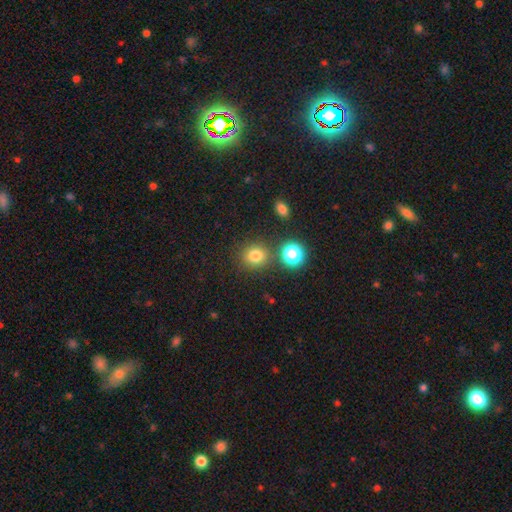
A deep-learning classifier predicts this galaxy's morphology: smooth-or-featured: smooth: 77% | star or artifact: 17% | featured or disk: 6%
  how-rounded: round: 84% | in between: 15% | cigar-shaped: 1%
  merging: none: 80% | minor disturbance: 9% | merger: 8% | major disturbance: 4%